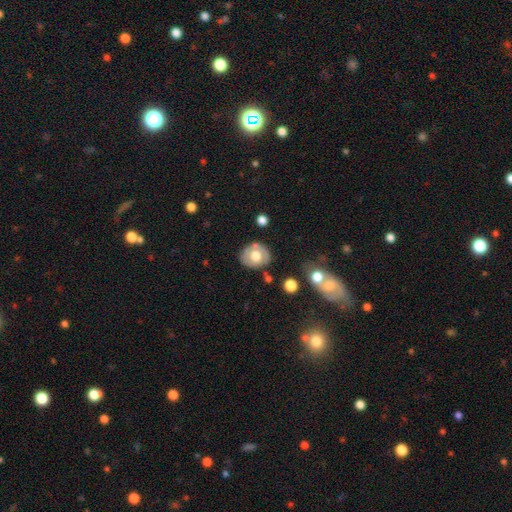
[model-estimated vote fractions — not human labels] smooth-or-featured: smooth: 57% | featured or disk: 36% | star or artifact: 8%
  how-rounded: round: 68% | in between: 31% | cigar-shaped: 1%
  merging: none: 76% | minor disturbance: 16% | major disturbance: 4% | merger: 4%